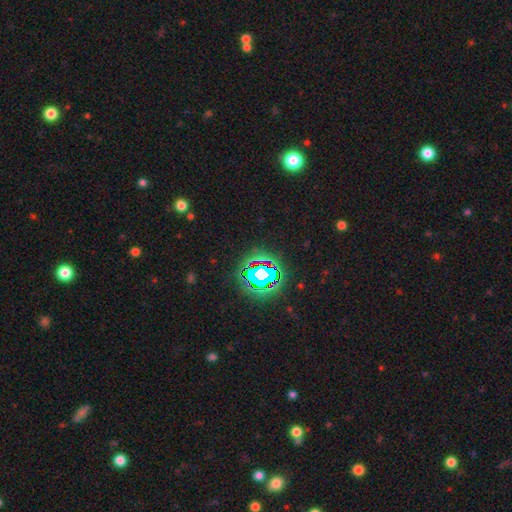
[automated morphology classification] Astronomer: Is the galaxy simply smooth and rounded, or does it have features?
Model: star or artifact — 81%.